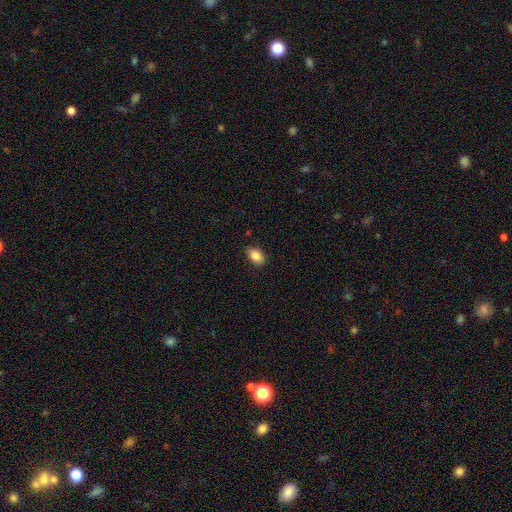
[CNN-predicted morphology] Overall: smooth (88%). How rounded: in between (90%). Merging: none (85%).